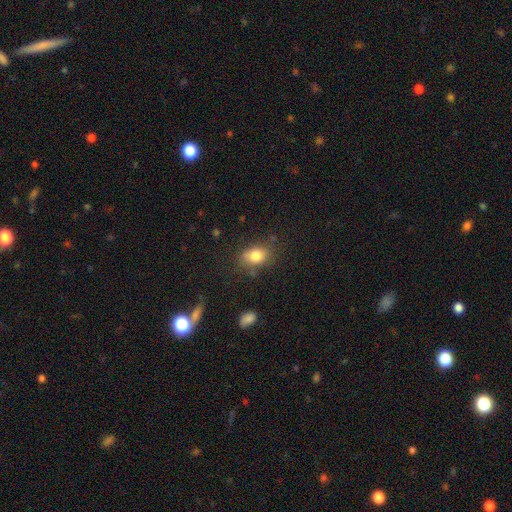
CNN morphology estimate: A smooth galaxy with no disk features (81%) that is in between round and cigar-shaped (74%). Merging: none (71%).